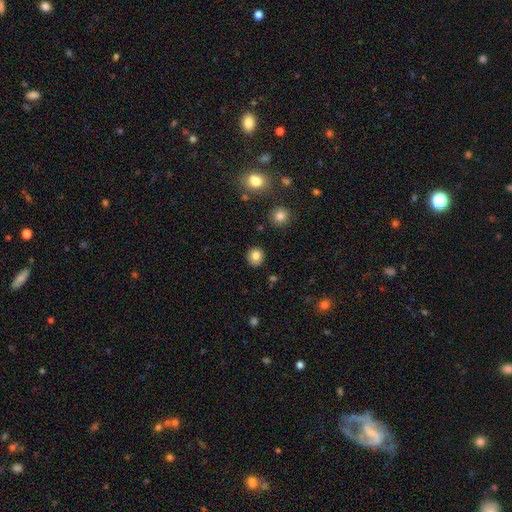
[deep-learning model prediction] Q: Smooth or featured?
A: smooth (82%); runner-up: star or artifact (10%)
Q: How rounded?
A: round (88%); runner-up: in between (12%)
Q: Merging?
A: none (90%); runner-up: minor disturbance (7%)